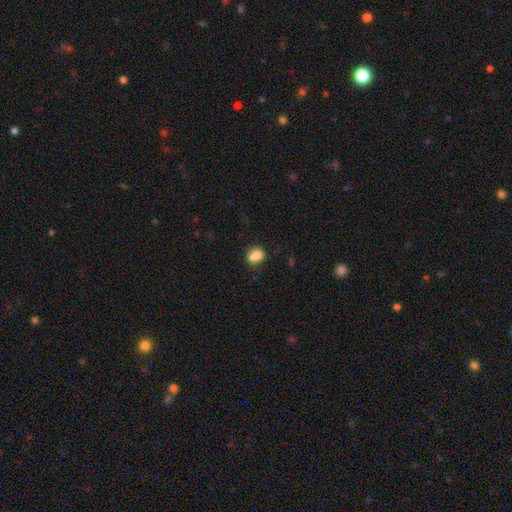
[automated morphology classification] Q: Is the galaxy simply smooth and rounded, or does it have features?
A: smooth — 77%.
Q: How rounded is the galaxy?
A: round — 57%.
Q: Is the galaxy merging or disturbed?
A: none — 42%.